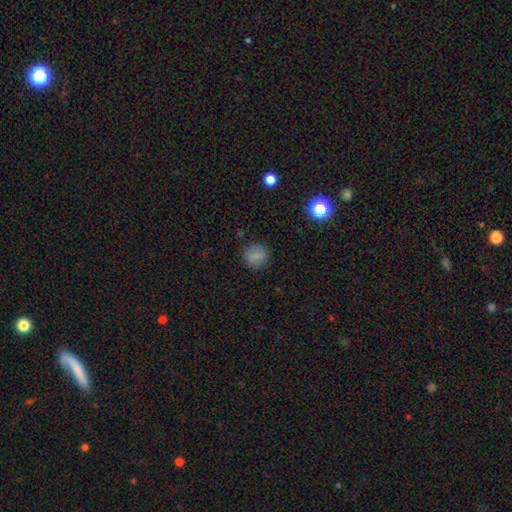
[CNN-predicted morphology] Smooth or featured: smooth — 81% (star or artifact — 12%)
How rounded: round — 82% (in between — 17%)
Merging: none — 85% (minor disturbance — 10%)